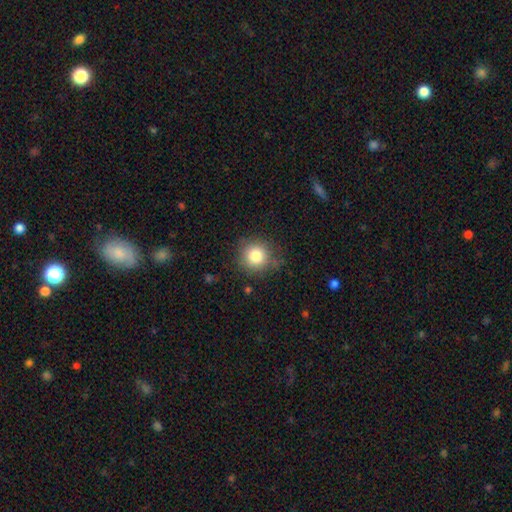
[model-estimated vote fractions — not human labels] The model was most divided on "merging": none: 80%, minor disturbance: 15%, major disturbance: 4%, merger: 2%. More confident: how rounded — round (91%); smooth or featured — smooth (81%).